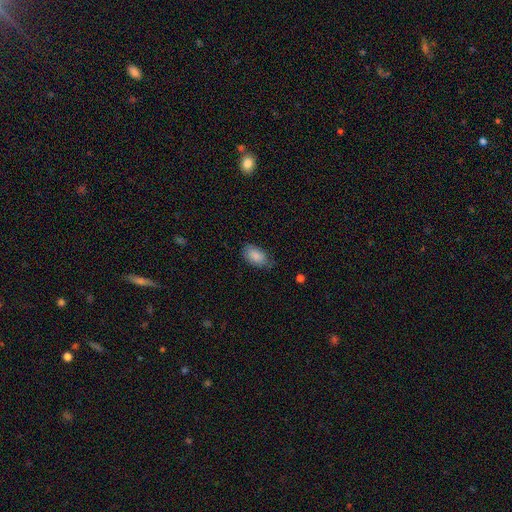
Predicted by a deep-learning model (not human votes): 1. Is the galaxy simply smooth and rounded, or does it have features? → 86% smooth, 7% featured or disk, 7% star or artifact.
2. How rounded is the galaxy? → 93% in between, 5% round, 2% cigar-shaped.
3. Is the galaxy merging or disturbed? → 66% none, 27% minor disturbance, 5% major disturbance, 1% merger.